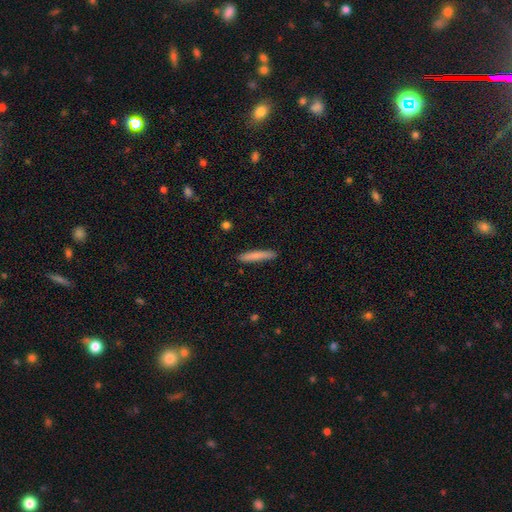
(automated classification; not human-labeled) This is likely a smooth galaxy (79%). How rounded: clearly cigar-shaped (93%). Merging: clearly none (88%).